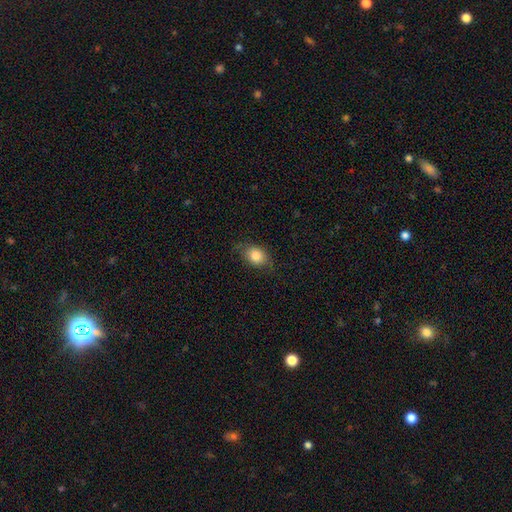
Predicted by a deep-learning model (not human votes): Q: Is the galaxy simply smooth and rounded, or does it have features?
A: smooth — 80%.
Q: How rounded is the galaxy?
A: in between — 60%.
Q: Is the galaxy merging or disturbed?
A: none — 67%.